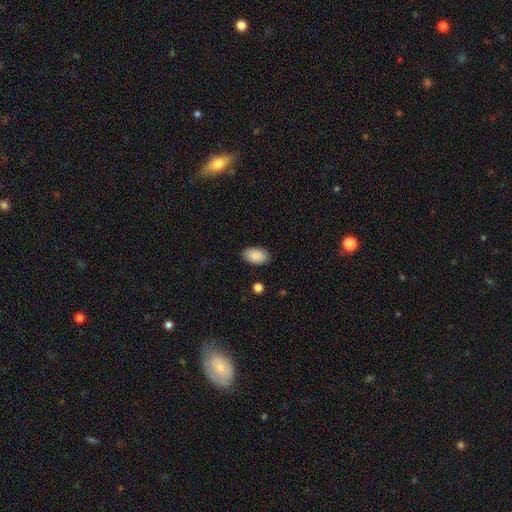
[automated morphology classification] The model was most divided on "merging": none: 88%, minor disturbance: 9%, major disturbance: 2%, merger: 1%. More confident: how rounded — in between (94%); smooth or featured — smooth (90%).